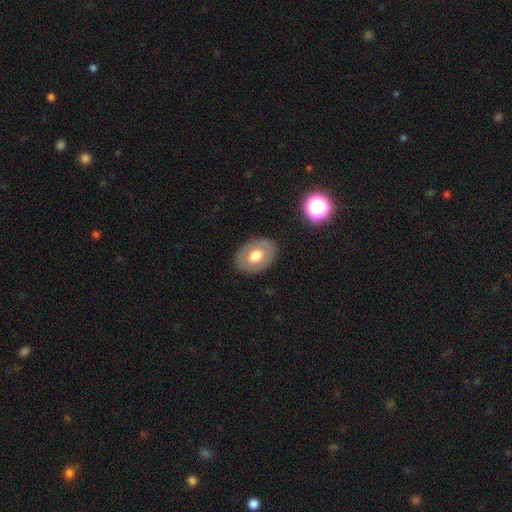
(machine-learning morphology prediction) Smooth or featured: smooth — 61% (featured or disk — 32%)
How rounded: in between — 73% (round — 26%)
Merging: none — 85% (minor disturbance — 10%)